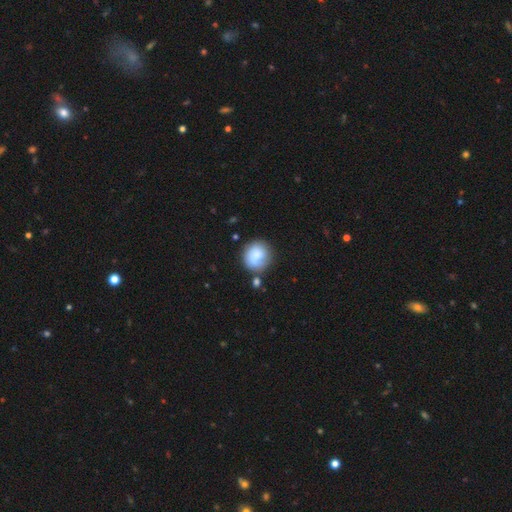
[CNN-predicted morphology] type=smooth (78%); roundness=round (84%); merging=none (62%).